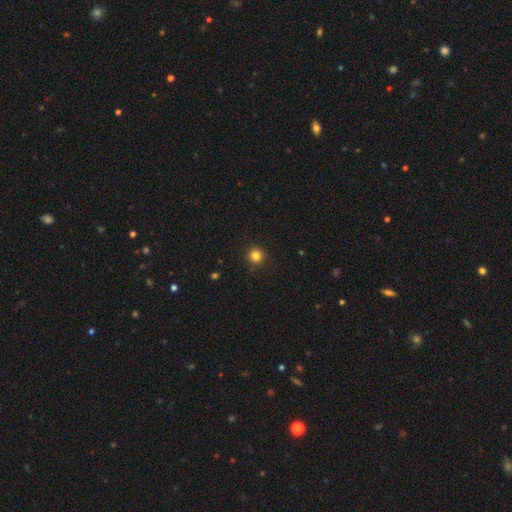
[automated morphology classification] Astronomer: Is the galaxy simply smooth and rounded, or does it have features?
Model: smooth — 83%.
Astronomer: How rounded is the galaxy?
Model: round — 94%.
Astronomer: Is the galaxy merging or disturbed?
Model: none — 91%.